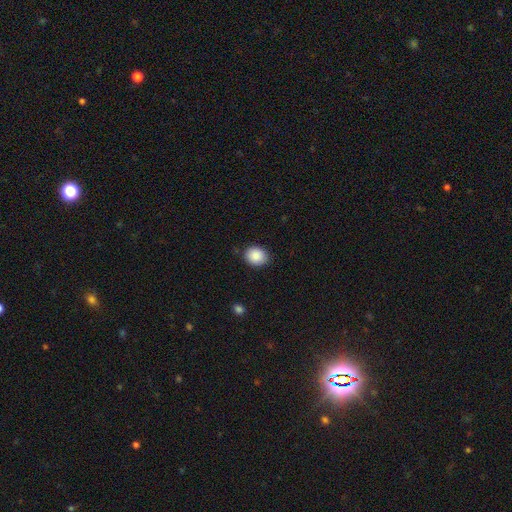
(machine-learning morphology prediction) Smooth or featured? Predicted: smooth (p=0.88). How rounded? Predicted: round (p=0.63). Merging? Predicted: none (p=0.86).